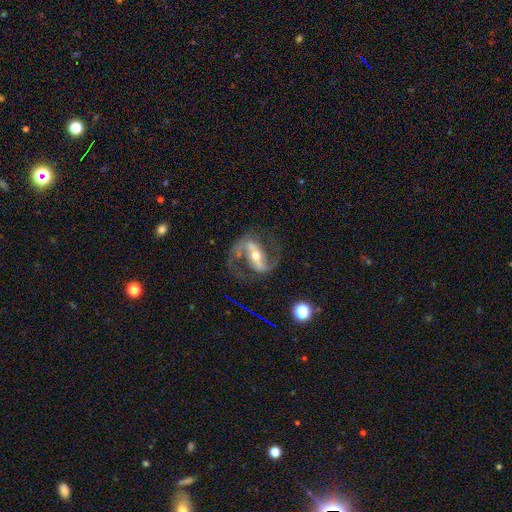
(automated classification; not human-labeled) A featured or disk galaxy (90%) with a strong bar (69%), 2 (93%) medium (55%) spiral arms (96%) and a moderate central bulge (53%).

Vote fractions:
- Smooth or featured? featured or disk: 90% / star or artifact: 5% / smooth: 5%
- Edge-on disk? no: 95% / yes: 5%
- Bar? strong: 69% / weak: 22% / no: 9%
- Spiral arms? yes: 96% / no: 4%
- Spiral winding? medium: 55% / loose: 32% / tight: 13%
- Spiral arm count? 2: 93% / can't tell: 2% / 1: 2% / 3: 1% / 4: 1% / more than 4: 1%
- Bulge size? moderate: 53% / small: 41% / large: 4% / none: 1% / dominant: 1%
- Merging? none: 74% / minor disturbance: 12% / major disturbance: 11% / merger: 2%